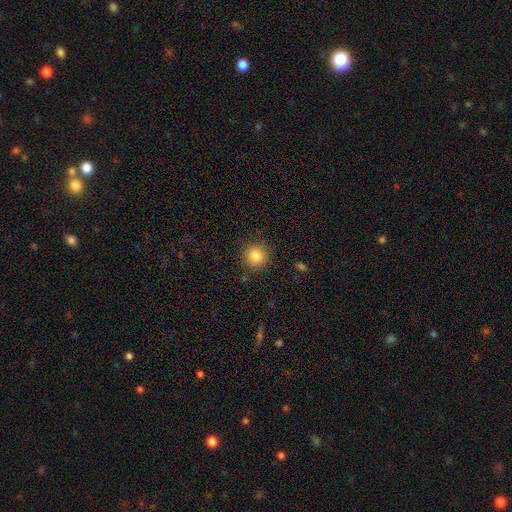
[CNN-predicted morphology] Smooth or featured? Predicted: smooth (p=0.83). How rounded? Predicted: round (p=0.93). Merging? Predicted: none (p=0.88).